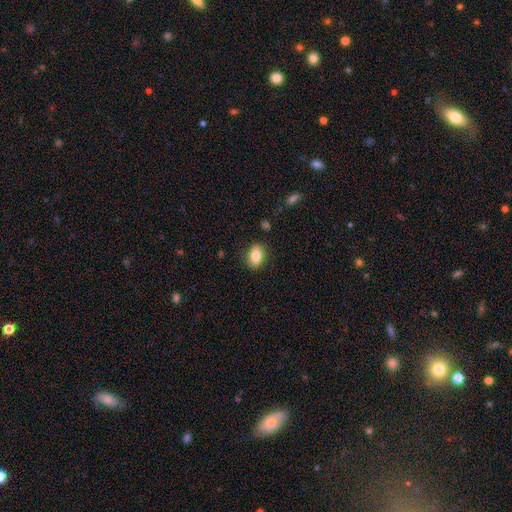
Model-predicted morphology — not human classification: This appears to be a smooth galaxy with no disk features (83%) that is in between round and cigar-shaped (75%). Merging: none (85%).